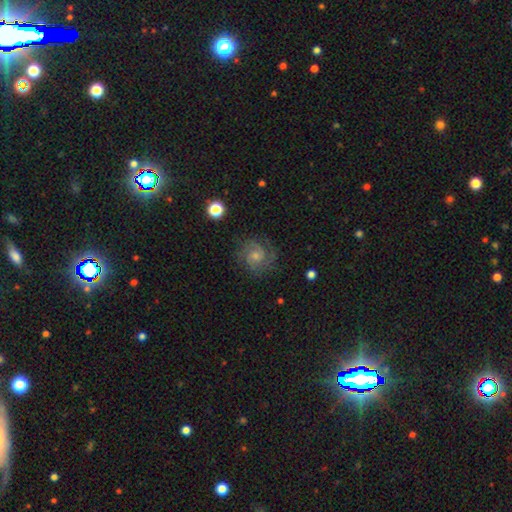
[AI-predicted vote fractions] smooth-or-featured: featured or disk: 73% | smooth: 15% | star or artifact: 12%
  disk-edge-on: no: 98% | yes: 2%
    bar: no: 68% | weak: 28% | strong: 4%
    has-spiral-arms: yes: 96% | no: 4%
      spiral-winding: tight: 57% | medium: 35% | loose: 8%
      spiral-arm-count: 2: 46% | can't tell: 21% | 3: 19% | 1: 5% | 4: 5% | more than 4: 4%
    bulge-size: small: 52% | moderate: 39% | none: 4% | large: 3% | dominant: 1%
  merging: none: 79% | minor disturbance: 14% | major disturbance: 6% | merger: 1%